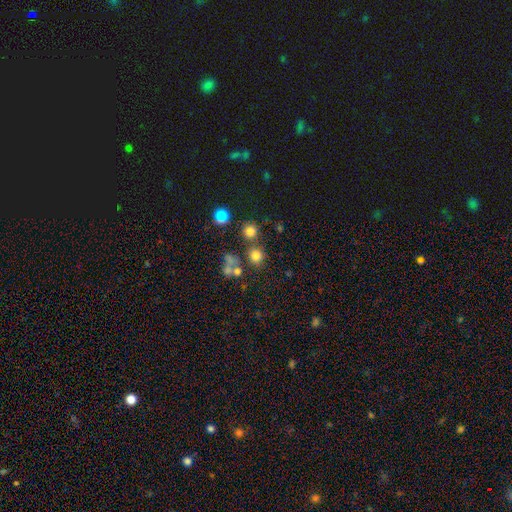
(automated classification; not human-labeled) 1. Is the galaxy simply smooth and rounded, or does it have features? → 74% smooth, 17% star or artifact, 9% featured or disk.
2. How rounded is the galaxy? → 87% round, 12% in between, 1% cigar-shaped.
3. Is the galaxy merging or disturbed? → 68% none, 18% merger, 9% minor disturbance, 5% major disturbance.